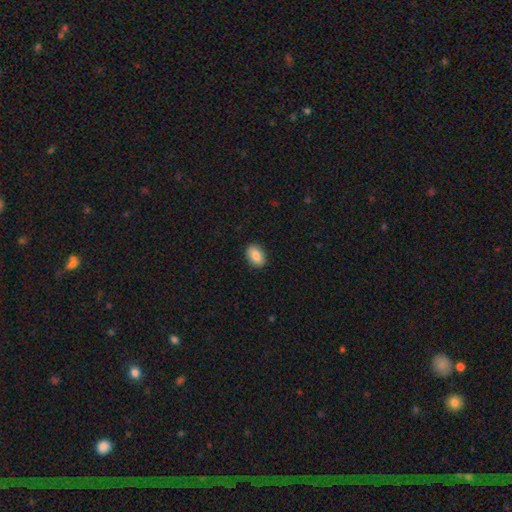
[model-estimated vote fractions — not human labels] Smooth or featured: smooth — 82% (featured or disk — 11%)
How rounded: in between — 87% (round — 11%)
Merging: none — 89% (minor disturbance — 8%)